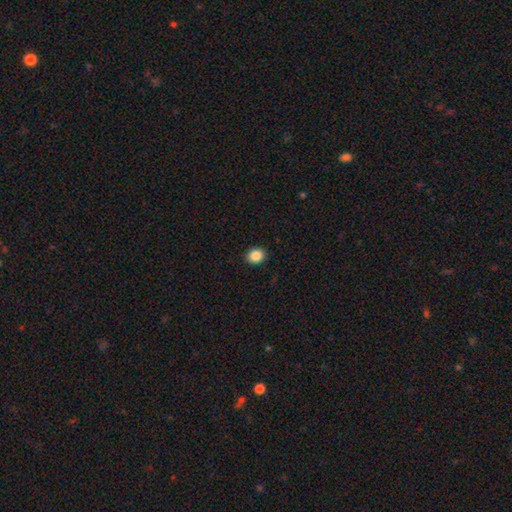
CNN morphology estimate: This appears to be a smooth galaxy with no disk features (87%) that is round (61%). Merging: none (91%).